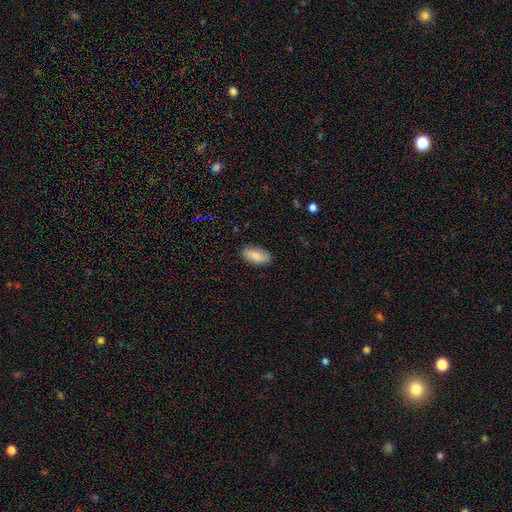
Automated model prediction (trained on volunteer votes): smooth_or_featured: smooth (p=0.80) [alt: featured or disk p=0.13]
how_rounded: in between (p=0.90) [alt: cigar-shaped p=0.08]
merging: none (p=0.85) [alt: minor disturbance p=0.12]